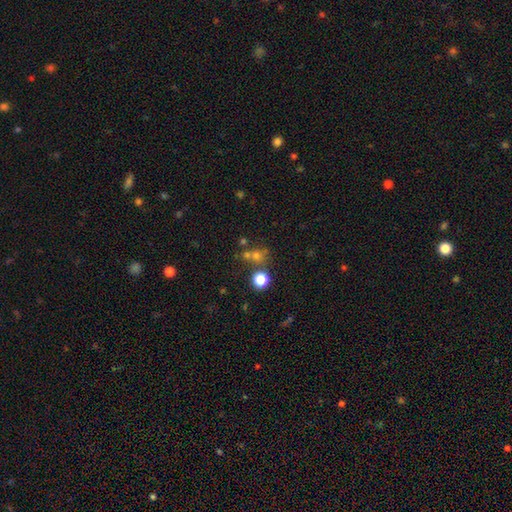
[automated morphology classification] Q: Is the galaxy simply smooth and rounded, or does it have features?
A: smooth — 55%.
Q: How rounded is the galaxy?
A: round — 85%.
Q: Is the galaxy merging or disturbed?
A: none — 60%.